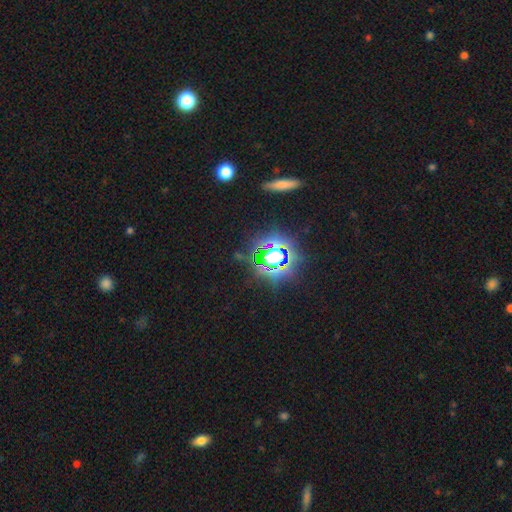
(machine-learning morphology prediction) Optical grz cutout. It shows a star or artifact, not a galaxy (77%).